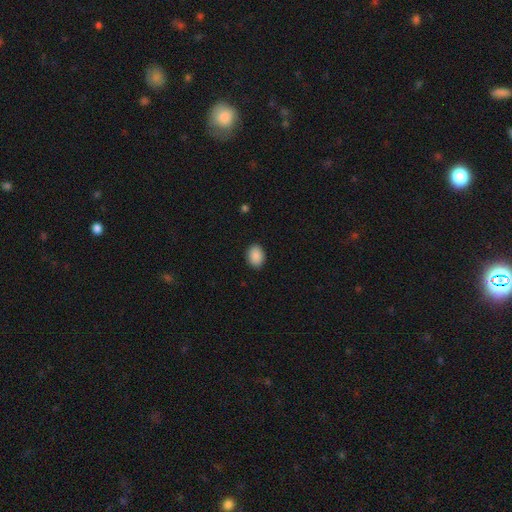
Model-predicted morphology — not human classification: Q: Smooth or featured?
A: smooth (90%); runner-up: star or artifact (7%)
Q: How rounded?
A: in between (71%); runner-up: round (28%)
Q: Merging?
A: none (89%); runner-up: minor disturbance (8%)